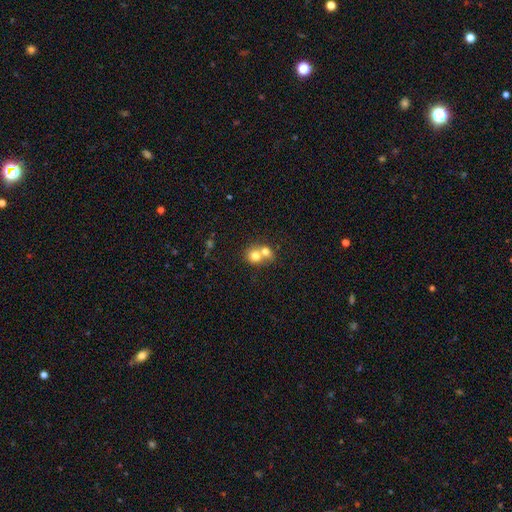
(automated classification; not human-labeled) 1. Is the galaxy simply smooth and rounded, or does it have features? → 73% smooth, 17% featured or disk, 10% star or artifact.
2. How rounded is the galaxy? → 73% round, 26% in between, 1% cigar-shaped.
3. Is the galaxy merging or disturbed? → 69% merger, 24% none, 5% minor disturbance, 2% major disturbance.